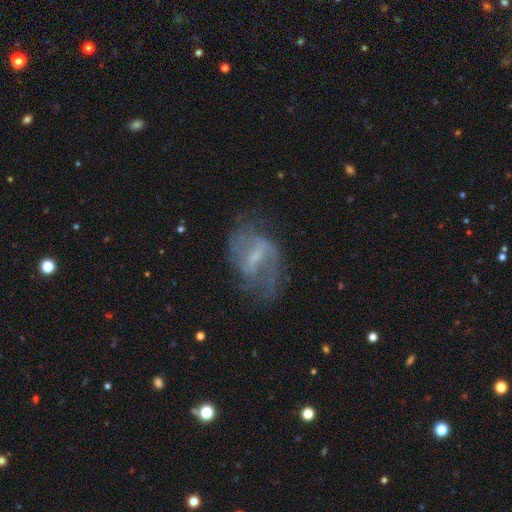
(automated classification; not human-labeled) featured or disk 79%, smooth 12%, star or artifact 8%. Down the decision tree: edge-on disk — no (96%); bar — weak (53%); spiral arms — yes (87%); spiral arm count — 2 (68%); spiral winding — medium (44%); bulge size — small (50%); merging — none (60%).